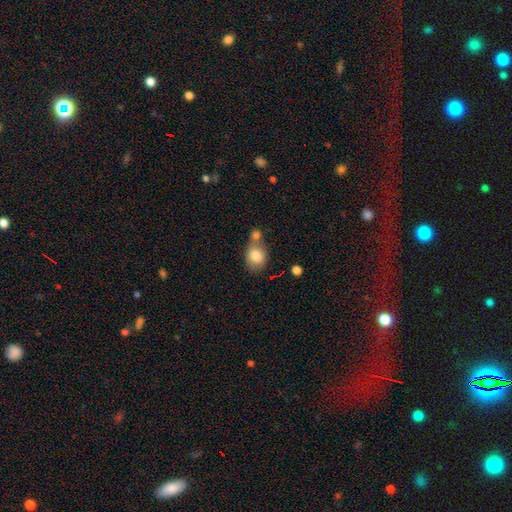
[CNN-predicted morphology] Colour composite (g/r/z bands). It shows a smooth galaxy with no disk features (81%) that is in between round and cigar-shaped (57%). Merging: none (43%).